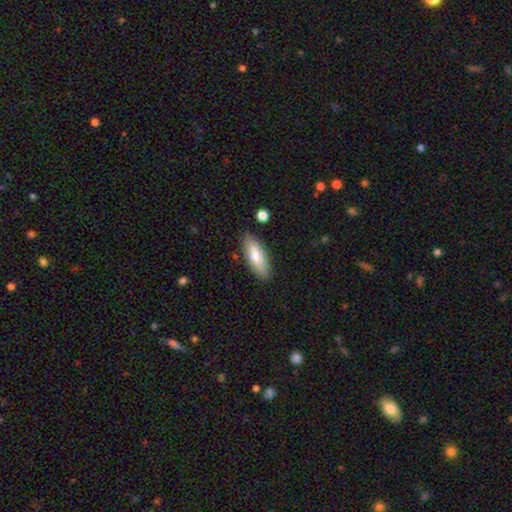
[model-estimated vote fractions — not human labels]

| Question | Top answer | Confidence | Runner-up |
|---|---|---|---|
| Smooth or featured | smooth | 77% | featured or disk (17%) |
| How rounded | in between | 68% | cigar-shaped (30%) |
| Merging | none | 85% | minor disturbance (10%) |